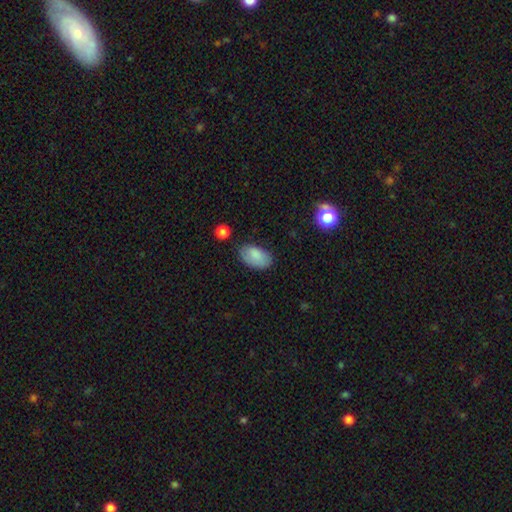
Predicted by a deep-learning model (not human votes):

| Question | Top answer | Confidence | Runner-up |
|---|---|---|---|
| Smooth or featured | smooth | 83% | featured or disk (10%) |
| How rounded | in between | 94% | round (5%) |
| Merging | none | 73% | minor disturbance (20%) |